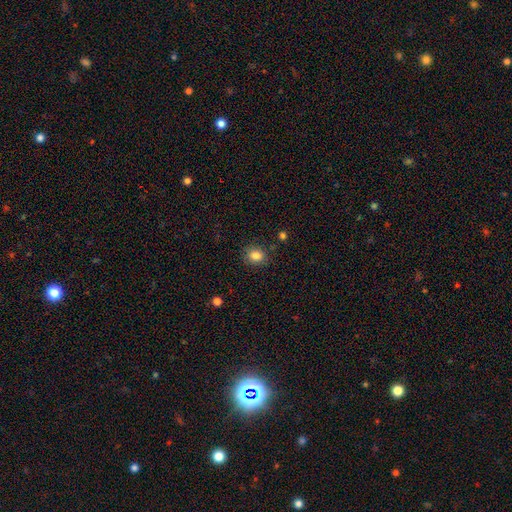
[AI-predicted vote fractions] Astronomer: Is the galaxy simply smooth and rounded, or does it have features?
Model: smooth — 84%.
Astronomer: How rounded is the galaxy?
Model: round — 60% (runner-up: in between, 39%).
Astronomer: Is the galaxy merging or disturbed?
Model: none — 84%.